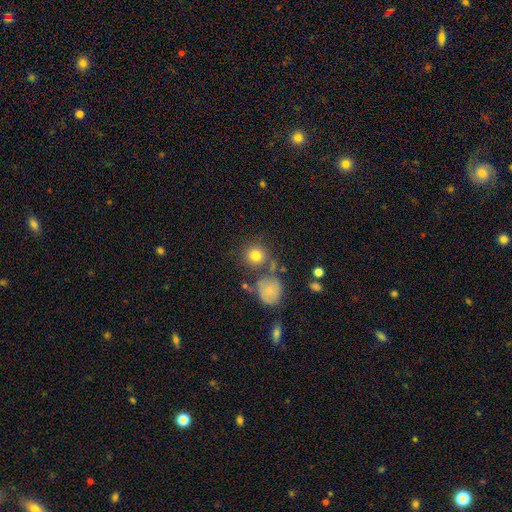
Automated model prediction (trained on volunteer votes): Smooth or featured: smooth — 78% (star or artifact — 12%)
How rounded: round — 91% (in between — 8%)
Merging: none — 67% (merger — 17%)